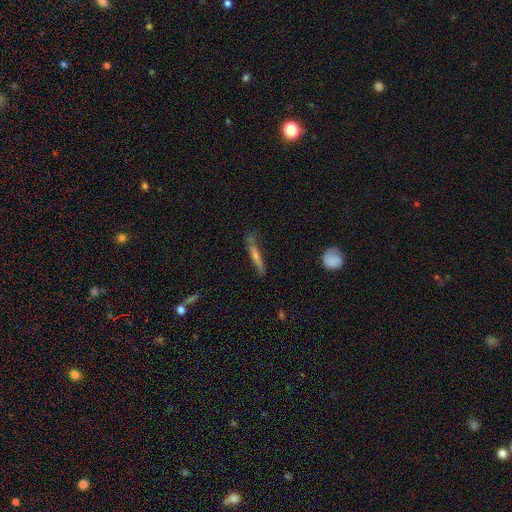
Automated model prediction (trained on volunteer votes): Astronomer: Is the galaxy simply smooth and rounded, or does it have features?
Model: smooth — 49% (runner-up: featured or disk, 43%).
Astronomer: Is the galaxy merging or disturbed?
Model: none — 77%.